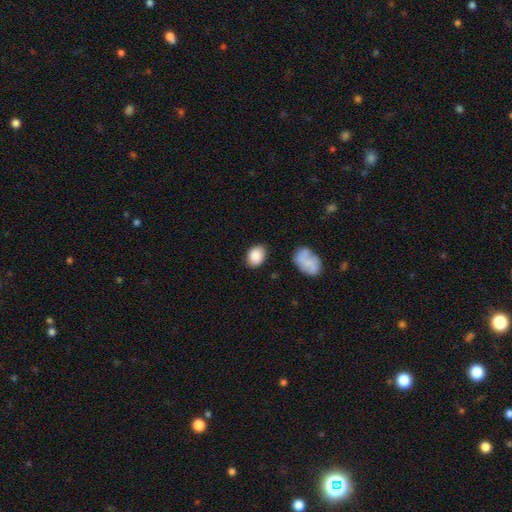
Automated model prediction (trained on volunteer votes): A smooth galaxy with no disk features (88%) that is in between round and cigar-shaped (74%).

Vote fractions:
- Smooth or featured? smooth: 88% / star or artifact: 7% / featured or disk: 5%
- How rounded? in between: 74% / round: 25% / cigar-shaped: 1%
- Merging? none: 79% / minor disturbance: 14% / major disturbance: 3% / merger: 3%